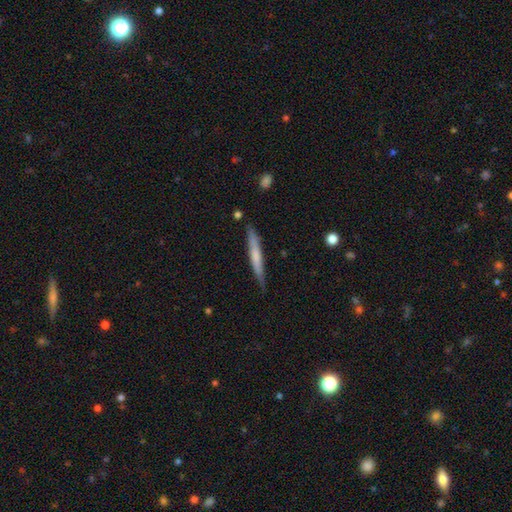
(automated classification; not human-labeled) Smooth or featured? Predicted: smooth (p=0.56). How rounded? Predicted: cigar-shaped (p=0.95). Merging? Predicted: none (p=0.83).